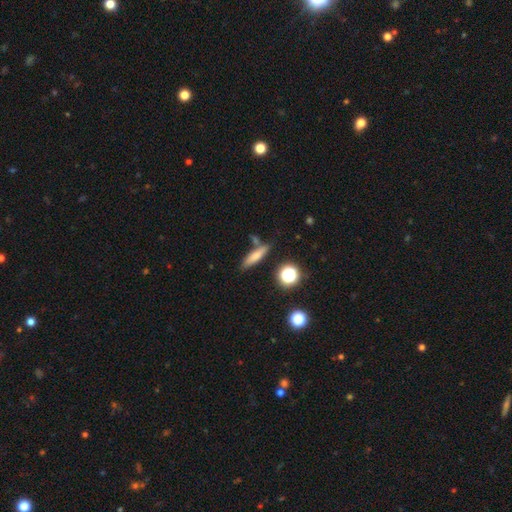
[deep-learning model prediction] A smooth galaxy with no disk features (67%) that is cigar-shaped (74%). Merging: none (73%).